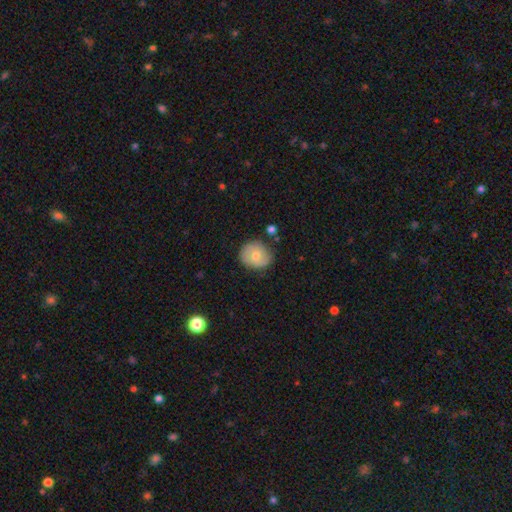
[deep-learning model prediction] smooth_or_featured: smooth (p=0.66) [alt: featured or disk p=0.26]
how_rounded: round (p=0.75) [alt: in between p=0.24]
merging: none (p=0.73) [alt: minor disturbance p=0.20]